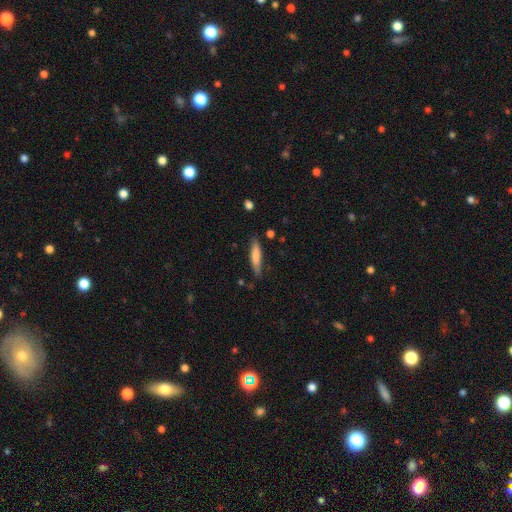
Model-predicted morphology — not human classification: smooth-or-featured: smooth: 72% | featured or disk: 22% | star or artifact: 6%
  how-rounded: cigar-shaped: 82% | in between: 17% | round: 1%
  merging: none: 79% | minor disturbance: 16% | major disturbance: 3% | merger: 2%